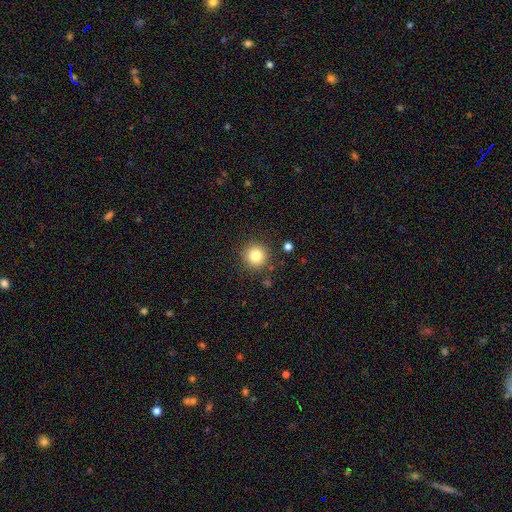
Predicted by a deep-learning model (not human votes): The model was most divided on "smooth or featured": smooth: 82%, star or artifact: 11%, featured or disk: 7%. More confident: how rounded — round (95%); merging — none (88%).